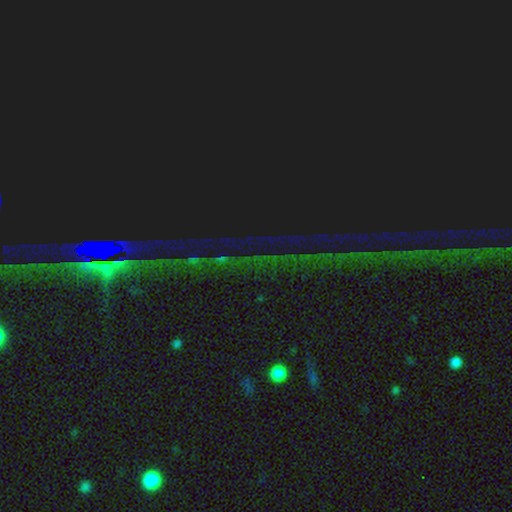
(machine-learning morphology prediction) Smooth or featured? star or artifact (84%)